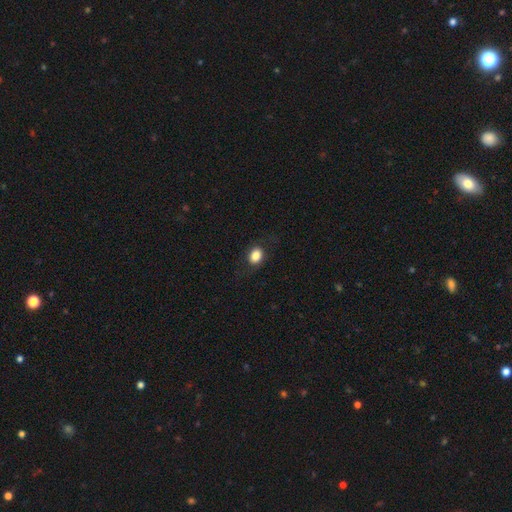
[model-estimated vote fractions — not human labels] This appears to be a smooth galaxy with no disk features (85%) that is in between round and cigar-shaped (54%). Merging: none (83%).